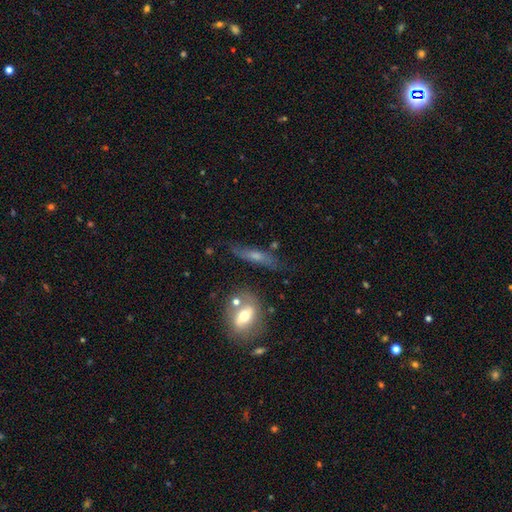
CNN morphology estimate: Overall: featured or disk (50%; smooth 35%). Edge-on disk: yes (73%). Merging: none (65%).